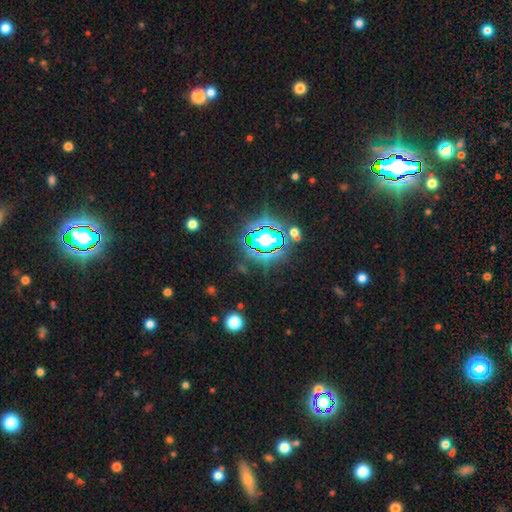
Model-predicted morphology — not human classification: A star or artifact, not a galaxy (82%).